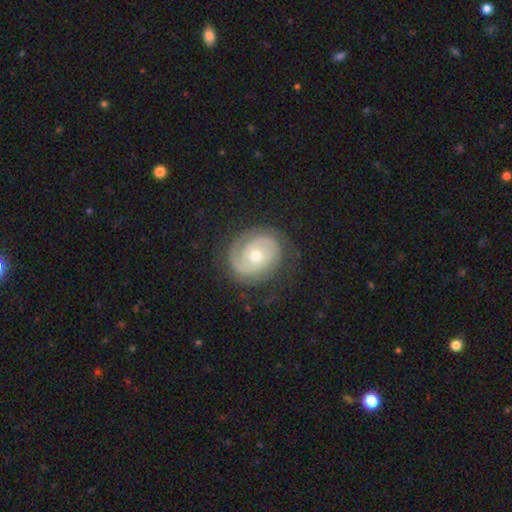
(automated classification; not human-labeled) Smooth or featured: featured or disk — 85% (smooth — 9%)
Edge-on disk: no — 97% (yes — 3%)
Bar: no — 74% (weak — 20%)
Spiral arms: yes — 95% (no — 5%)
Spiral winding: tight — 76% (medium — 19%)
Spiral arm count: 2 — 64% (can't tell — 14%)
Bulge size: moderate — 70% (small — 25%)
Merging: none — 79% (minor disturbance — 14%)